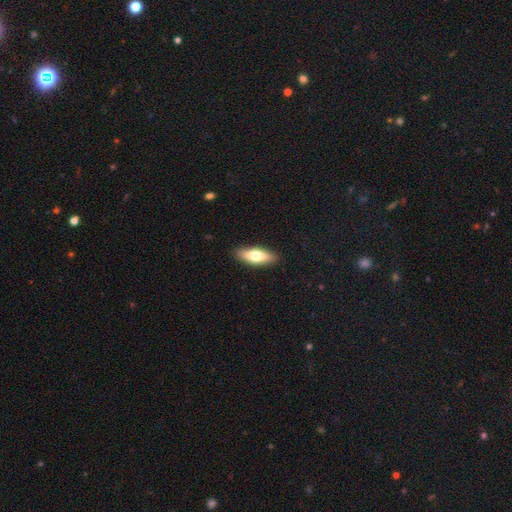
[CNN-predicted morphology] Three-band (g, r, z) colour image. It shows a smooth galaxy with no disk features (68%) that is in between round and cigar-shaped (63%). Merging: none (89%).